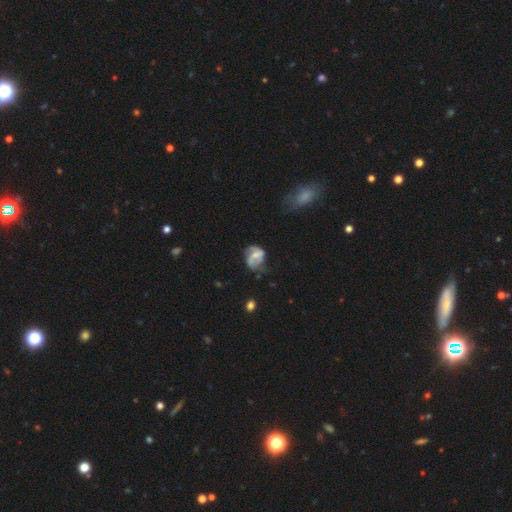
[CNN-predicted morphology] type=featured or disk (66%); edge-on=no (97%); bar=weak (43%); spiral arms=yes (78%); bulge=small (43%); merging=none (42%).